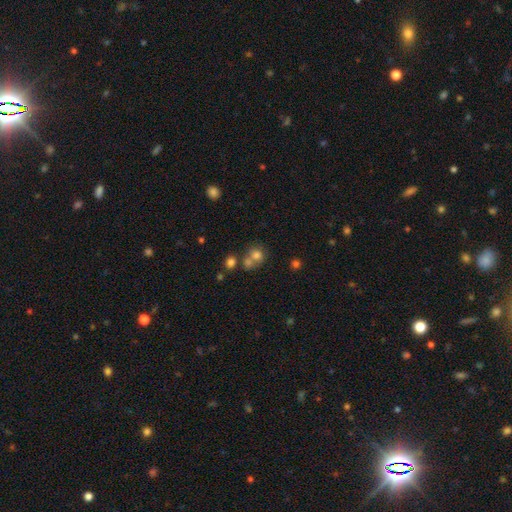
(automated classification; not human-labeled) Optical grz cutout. It shows a smooth galaxy with no disk features (68%) that is round (75%). Merging: merger (45%).